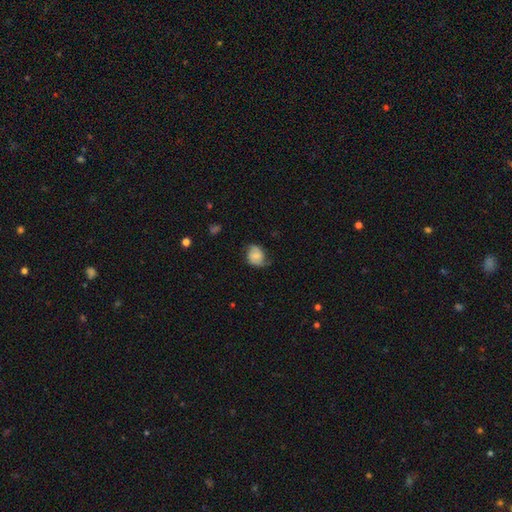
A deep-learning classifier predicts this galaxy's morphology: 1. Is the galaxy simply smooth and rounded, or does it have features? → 54% smooth, 38% featured or disk, 8% star or artifact.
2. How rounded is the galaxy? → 53% round, 46% in between, 1% cigar-shaped.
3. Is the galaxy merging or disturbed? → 51% none, 34% minor disturbance, 13% major disturbance, 1% merger.